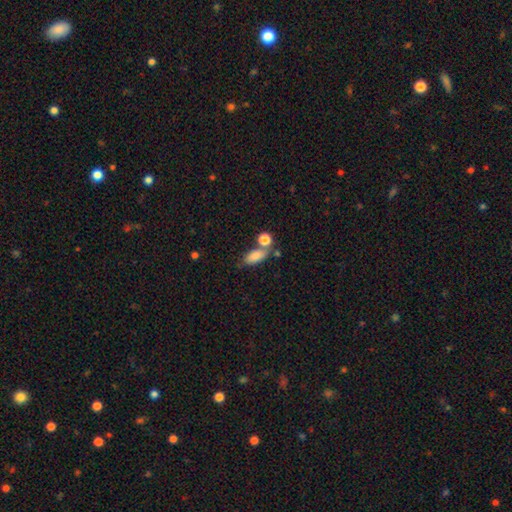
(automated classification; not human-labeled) Smooth or featured?
  - smooth: 83% *
  - star or artifact: 9%
  - featured or disk: 8%
How rounded?
  - in between: 83% *
  - cigar-shaped: 10%
  - round: 8%
Merging?
  - none: 55% *
  - merger: 24%
  - minor disturbance: 15%
  - major disturbance: 6%